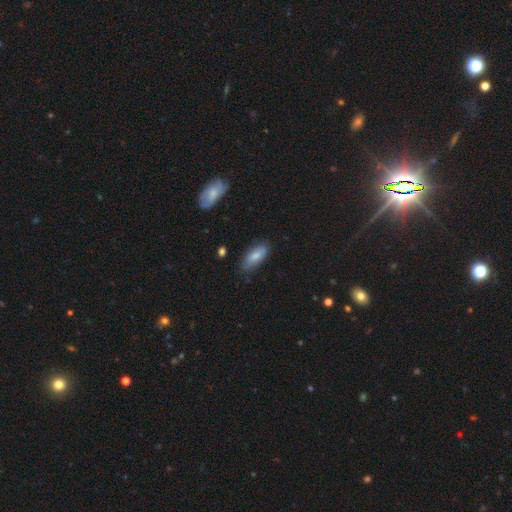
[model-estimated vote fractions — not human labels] The model was most divided on "how rounded": in between: 76%, cigar-shaped: 22%, round: 2%. More confident: merging — none (79%); smooth or featured — smooth (79%).